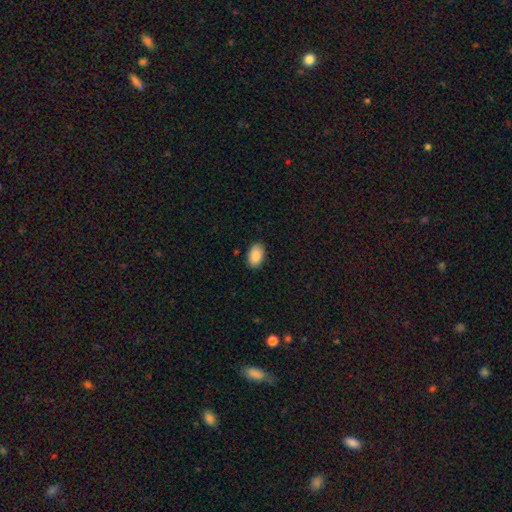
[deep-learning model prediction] Smooth or featured: smooth — 88% (star or artifact — 7%)
How rounded: in between — 92% (round — 7%)
Merging: none — 87% (minor disturbance — 10%)